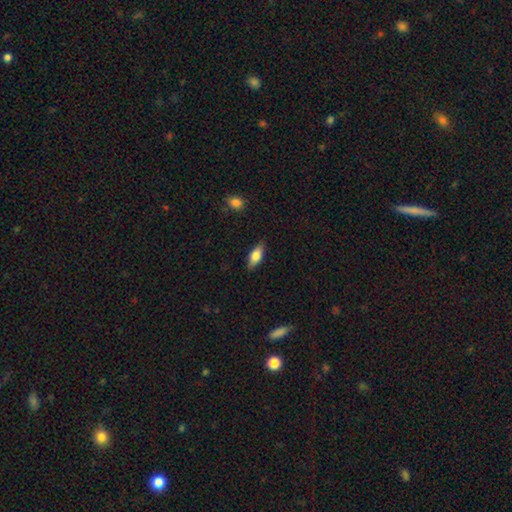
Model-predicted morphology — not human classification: A smooth galaxy with no disk features (73%) that is in between round and cigar-shaped (80%).

Vote fractions:
- Smooth or featured? smooth: 73% / featured or disk: 21% / star or artifact: 7%
- How rounded? in between: 80% / cigar-shaped: 17% / round: 3%
- Merging? none: 85% / minor disturbance: 11% / major disturbance: 2% / merger: 1%